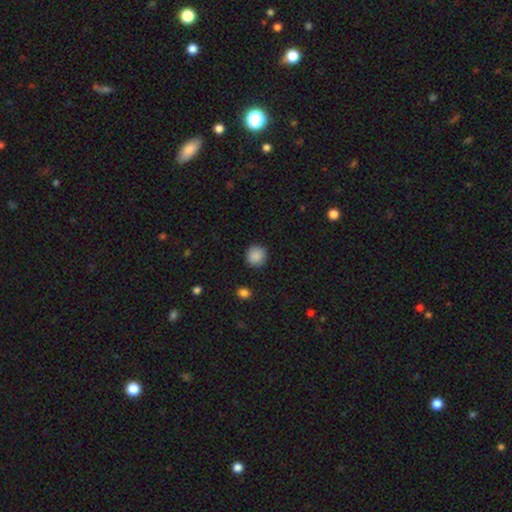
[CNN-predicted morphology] Smooth or featured? Predicted: smooth (p=0.88). How rounded? Predicted: round (p=0.92). Merging? Predicted: none (p=0.89).